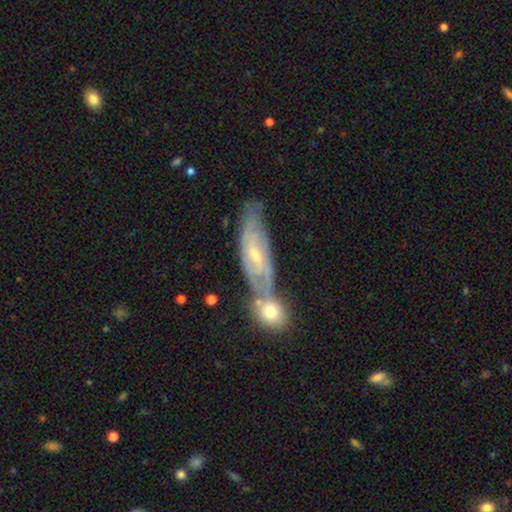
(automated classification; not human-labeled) A featured or disk galaxy (43%). Merging: none (44%).